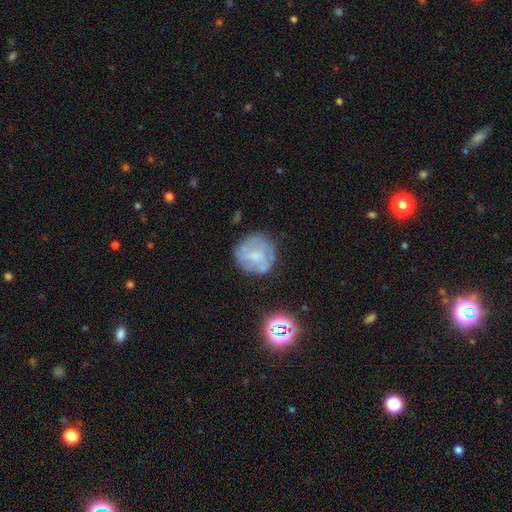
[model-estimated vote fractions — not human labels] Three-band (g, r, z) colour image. It shows a featured or disk galaxy (49%). Merging: none (69%).